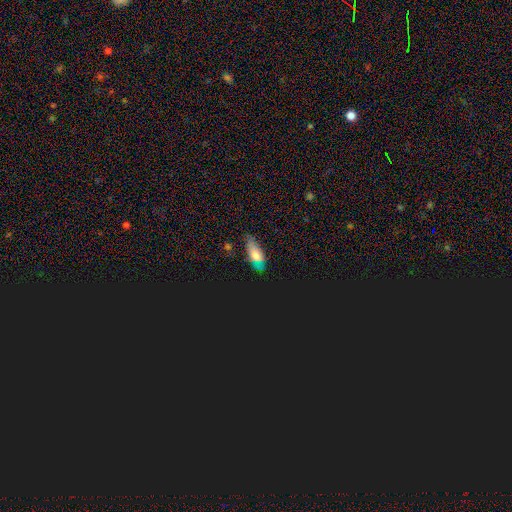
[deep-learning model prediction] A smooth galaxy with no disk features (52%) that is in between round and cigar-shaped (77%). Merging: none (63%).